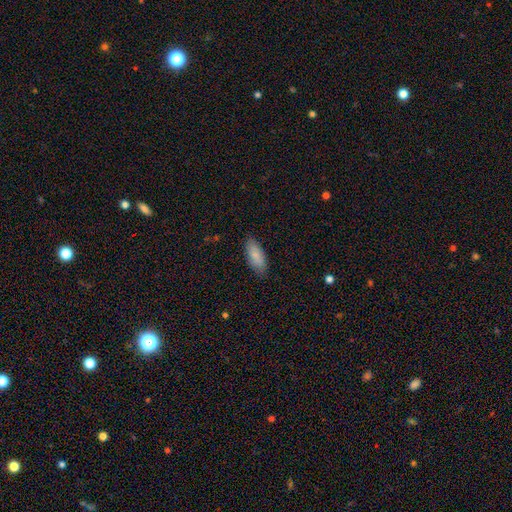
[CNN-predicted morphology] smooth_or_featured: smooth (p=0.84) [alt: featured or disk p=0.10]
how_rounded: in between (p=0.83) [alt: cigar-shaped p=0.15]
merging: none (p=0.86) [alt: minor disturbance p=0.11]